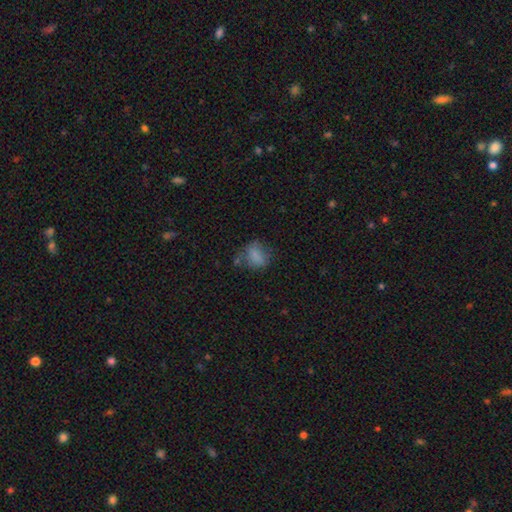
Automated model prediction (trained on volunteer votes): Q: Smooth or featured?
A: smooth (76%); runner-up: featured or disk (13%)
Q: How rounded?
A: in between (57%); runner-up: round (42%)
Q: Merging?
A: none (52%); runner-up: minor disturbance (27%)